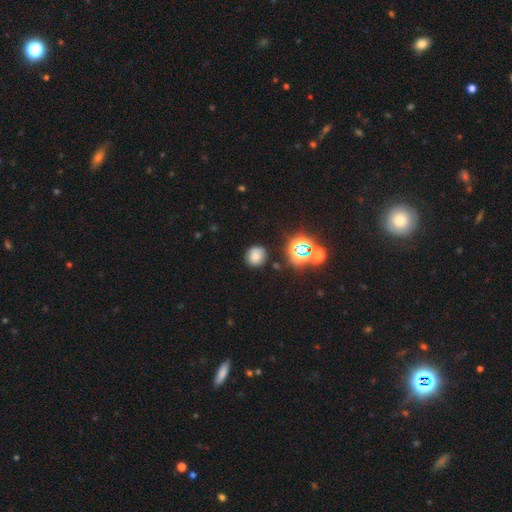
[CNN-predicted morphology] Overall: smooth (71%). How rounded: round (82%). Merging: none (83%).